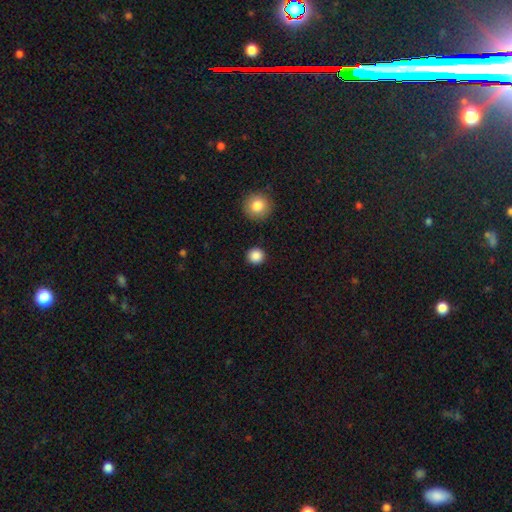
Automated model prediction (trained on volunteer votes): The model was most divided on "smooth or featured": smooth: 86%, star or artifact: 10%, featured or disk: 3%. More confident: how rounded — round (95%); merging — none (91%).